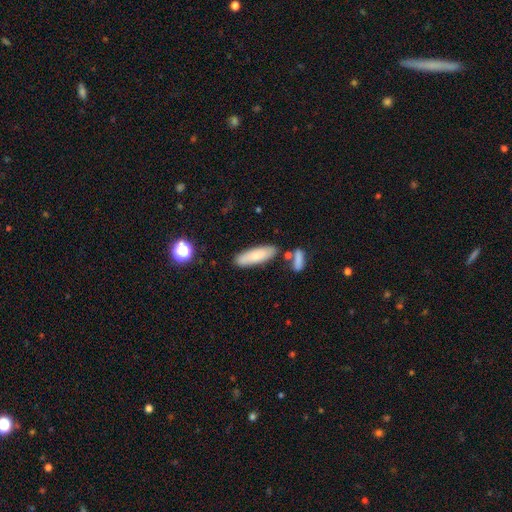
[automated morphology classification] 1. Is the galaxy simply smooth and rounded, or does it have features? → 77% smooth, 16% featured or disk, 7% star or artifact.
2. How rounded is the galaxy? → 55% cigar-shaped, 43% in between, 2% round.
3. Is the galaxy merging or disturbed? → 77% none, 12% minor disturbance, 7% merger, 3% major disturbance.